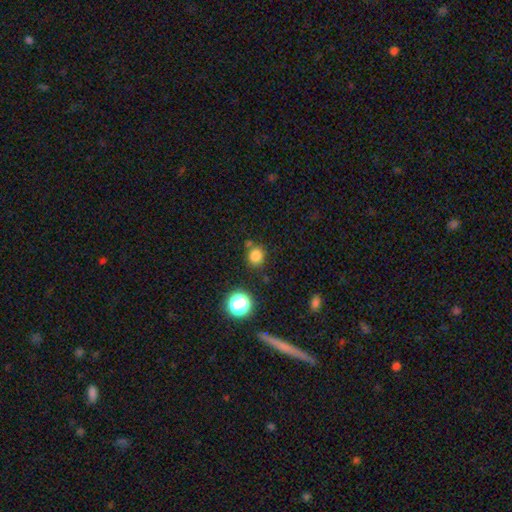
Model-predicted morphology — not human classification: Smooth or featured? Predicted: smooth (p=0.80). How rounded? Predicted: round (p=0.83). Merging? Predicted: none (p=0.77).